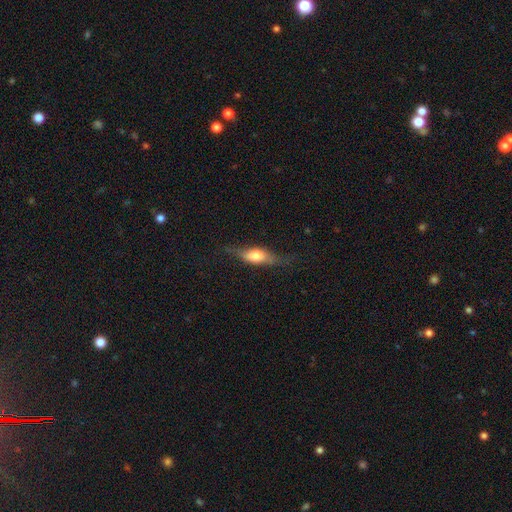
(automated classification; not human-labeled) Q: Smooth or featured?
A: smooth (46%); tied with: featured or disk (46%)
Q: Merging?
A: none (62%); runner-up: minor disturbance (24%)